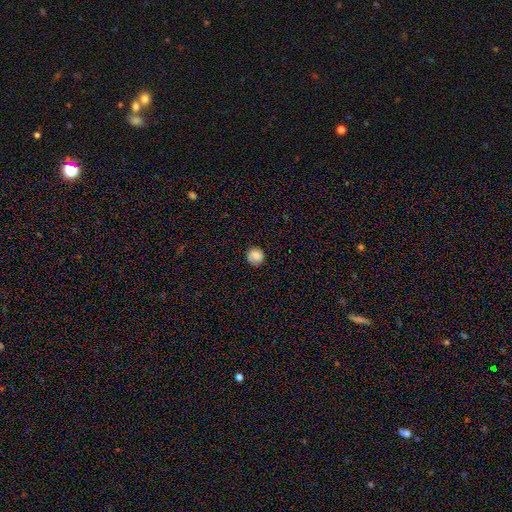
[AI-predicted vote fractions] The model was most divided on "merging": none: 86%, minor disturbance: 11%, major disturbance: 3%, merger: 1%. More confident: how rounded — round (92%); smooth or featured — smooth (85%).